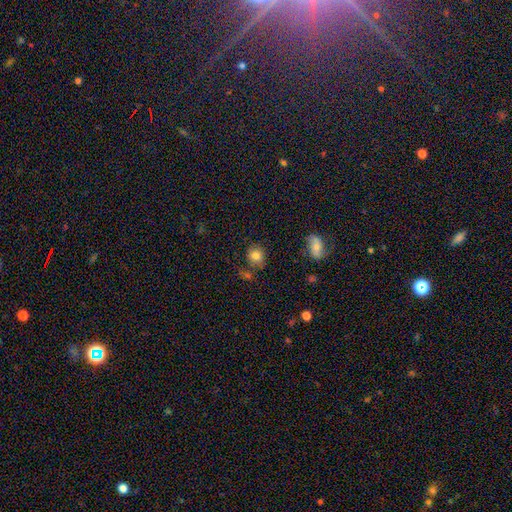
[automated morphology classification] A smooth galaxy with no disk features (82%) that is round (73%). Merging: none (74%).